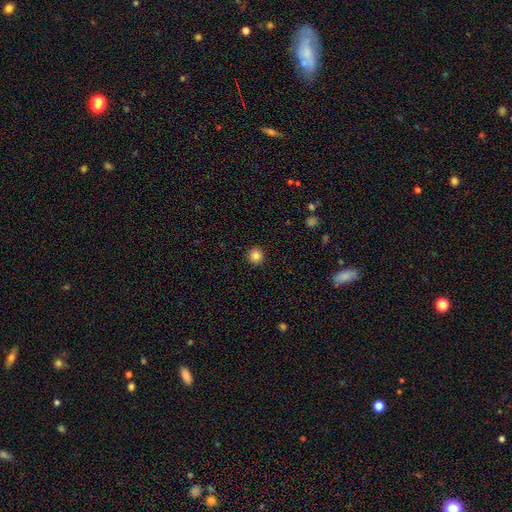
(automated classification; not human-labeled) A smooth galaxy with no disk features (85%) that is round (93%). Merging: none (92%).